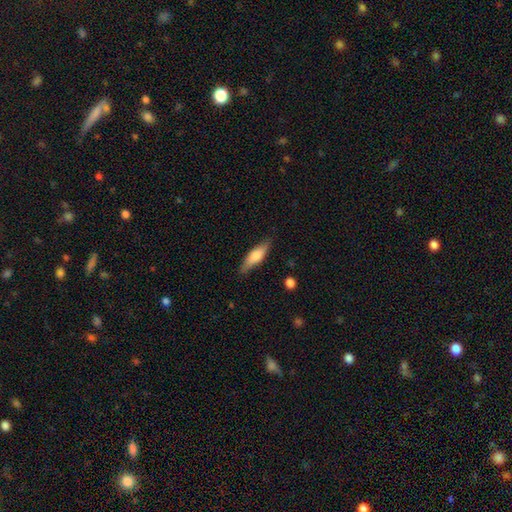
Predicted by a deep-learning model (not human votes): Smooth or featured? Predicted: smooth (p=0.64). How rounded? Predicted: cigar-shaped (p=0.54). Merging? Predicted: none (p=0.82).